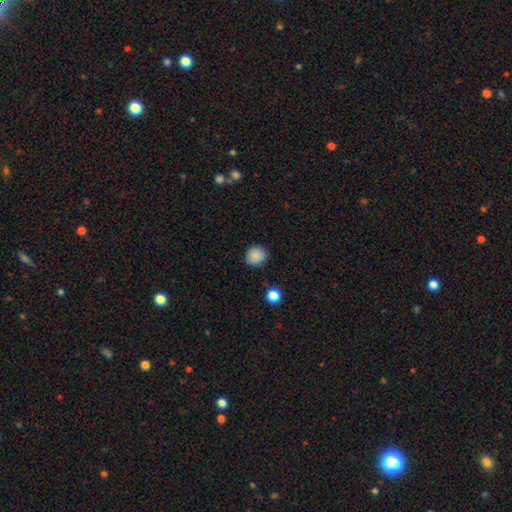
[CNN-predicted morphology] Overall: smooth (87%). How rounded: round (90%). Merging: none (88%).